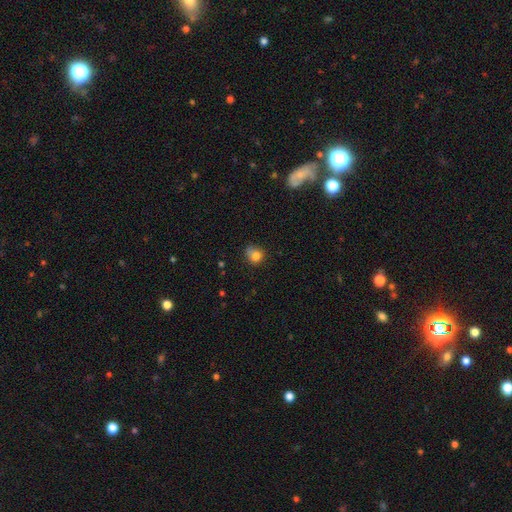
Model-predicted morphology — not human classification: Smooth or featured? Predicted: smooth (p=0.80). How rounded? Predicted: round (p=0.72). Merging? Predicted: none (p=0.57).